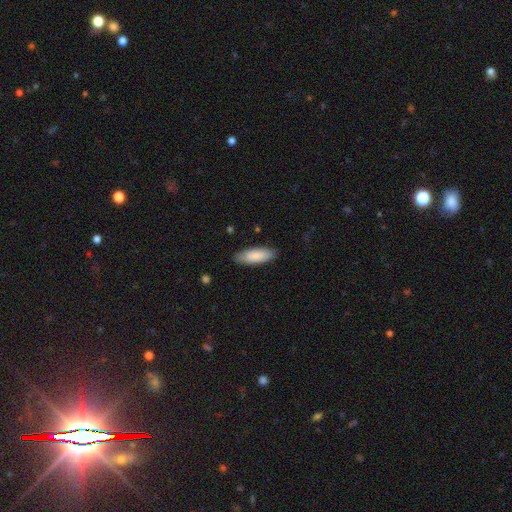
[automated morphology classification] Smooth or featured? smooth (86%)
How rounded? in between (66%)
Merging? none (86%)